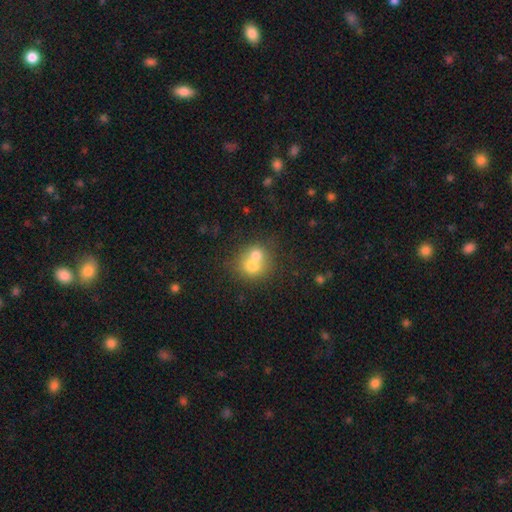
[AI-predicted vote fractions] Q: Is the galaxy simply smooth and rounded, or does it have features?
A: smooth — 67%.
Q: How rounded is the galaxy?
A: round — 77%.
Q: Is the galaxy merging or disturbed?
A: merger — 65%.